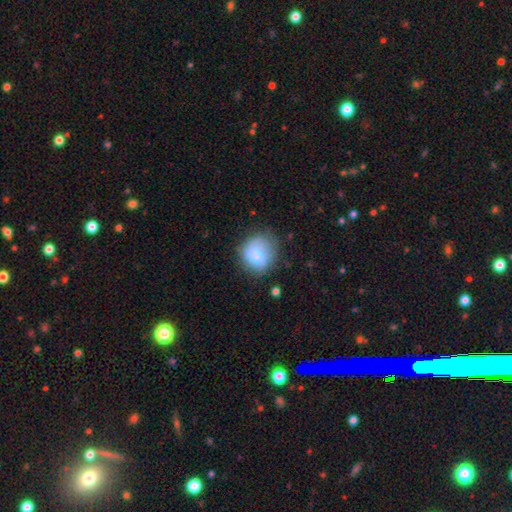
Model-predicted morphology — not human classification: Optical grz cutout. It shows a smooth galaxy with no disk features (70%) that is round (75%). Merging: none (56%).